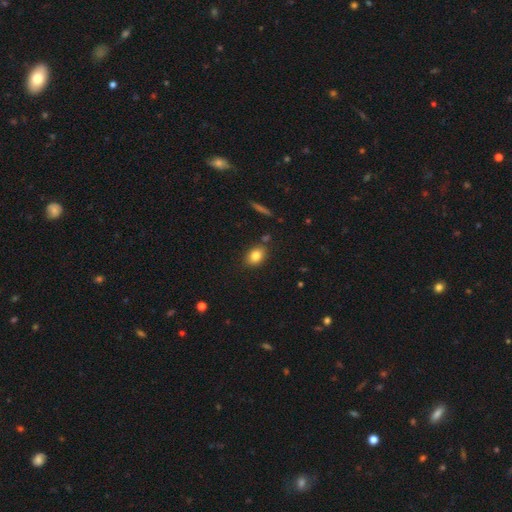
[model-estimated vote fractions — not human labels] smooth-or-featured: smooth: 82% | star or artifact: 9% | featured or disk: 9%
  how-rounded: in between: 69% | round: 29% | cigar-shaped: 2%
  merging: none: 82% | minor disturbance: 11% | merger: 4% | major disturbance: 3%